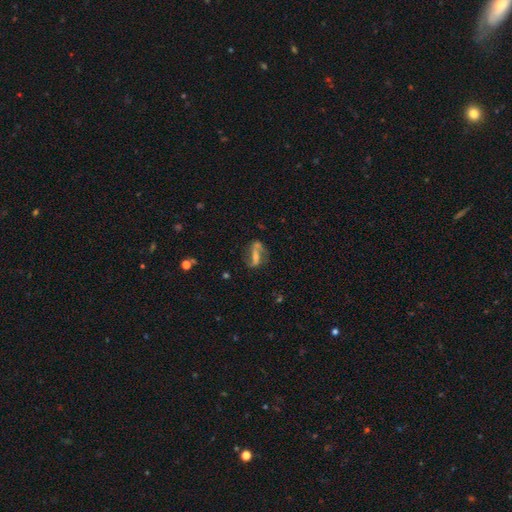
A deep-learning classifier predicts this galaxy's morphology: Overall: featured or disk (71%). Edge-on disk: no (89%). Bar: strong (52%; weak 28%). Spiral arms: yes (80%). Spiral arm count: 2 (84%). Spiral winding: loose (55%; medium 33%). Bulge size: small (47%; moderate 33%). Merging: none (56%; minor disturbance 19%).